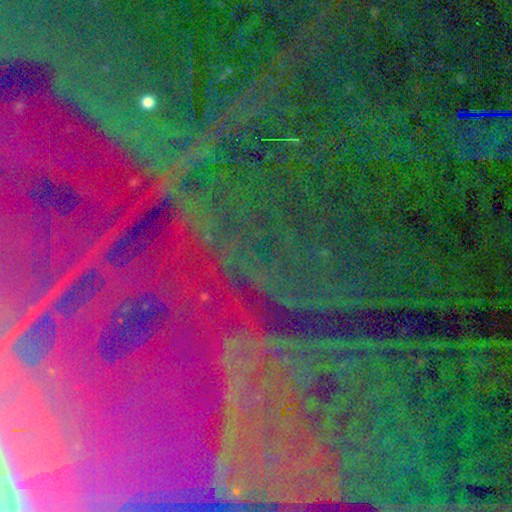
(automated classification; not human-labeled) Overall: star or artifact (88%).